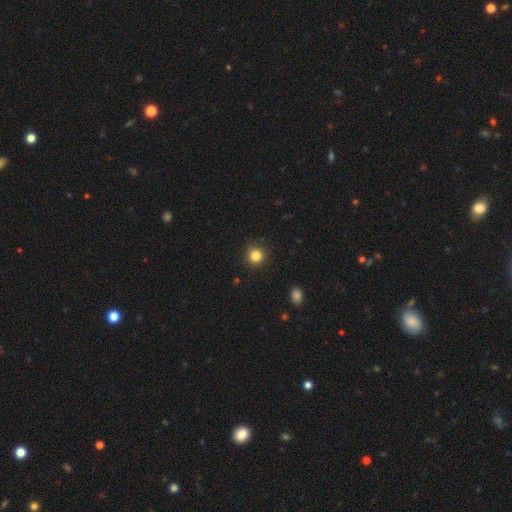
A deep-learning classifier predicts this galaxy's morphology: Q: Smooth or featured?
A: smooth (84%); runner-up: star or artifact (11%)
Q: How rounded?
A: round (93%); runner-up: in between (6%)
Q: Merging?
A: none (88%); runner-up: minor disturbance (8%)